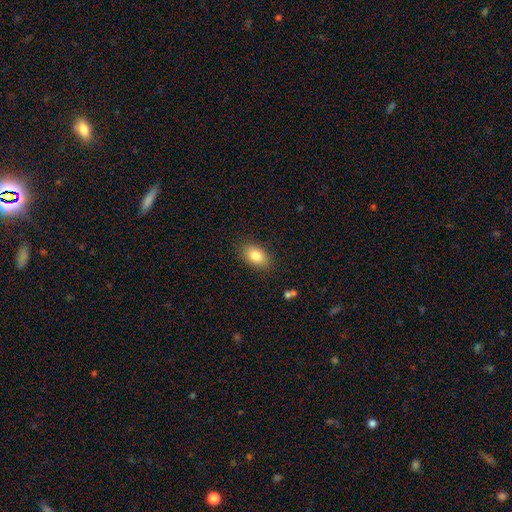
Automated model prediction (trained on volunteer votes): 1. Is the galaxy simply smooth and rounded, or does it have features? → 84% smooth, 8% featured or disk, 8% star or artifact.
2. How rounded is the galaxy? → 88% in between, 10% round, 2% cigar-shaped.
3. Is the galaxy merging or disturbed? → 85% none, 11% minor disturbance, 3% major disturbance, 1% merger.